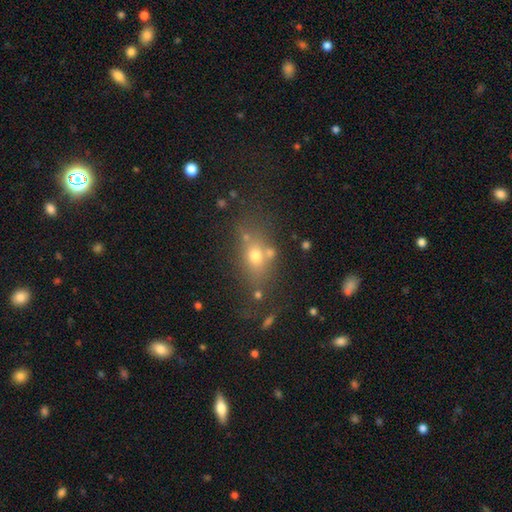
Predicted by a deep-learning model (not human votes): smooth 62%, featured or disk 20%, star or artifact 18%. Down the decision tree: how rounded — in between (59%); merging — none (64%).